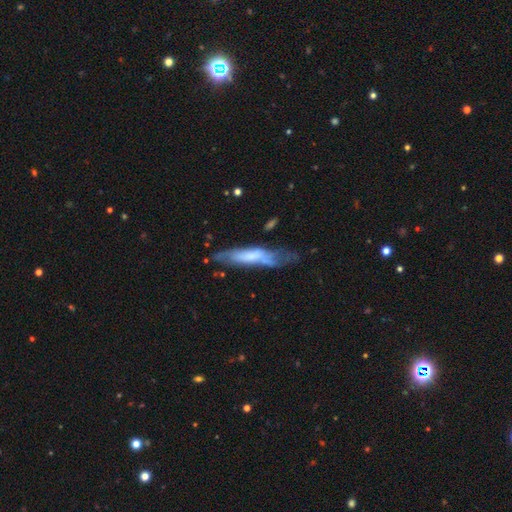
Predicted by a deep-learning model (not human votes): smooth-or-featured: featured or disk: 49% | smooth: 43% | star or artifact: 8%
  merging: none: 52% | minor disturbance: 28% | major disturbance: 16% | merger: 5%